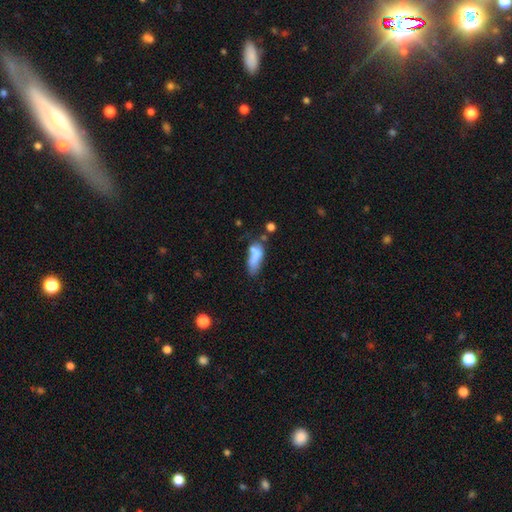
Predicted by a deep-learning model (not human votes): Overall: smooth (68%). How rounded: in between (71%). Merging: none (28%; minor disturbance 27%).